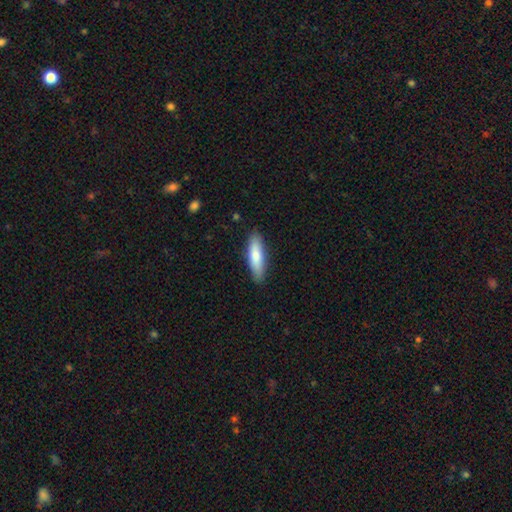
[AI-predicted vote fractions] Q: Smooth or featured?
A: smooth (78%); runner-up: featured or disk (17%)
Q: How rounded?
A: cigar-shaped (56%); runner-up: in between (42%)
Q: Merging?
A: none (86%); runner-up: minor disturbance (11%)